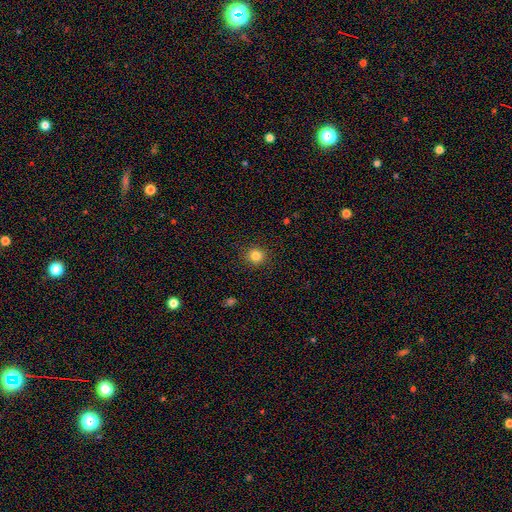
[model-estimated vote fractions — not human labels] Overall: smooth (83%). How rounded: round (91%). Merging: none (91%).